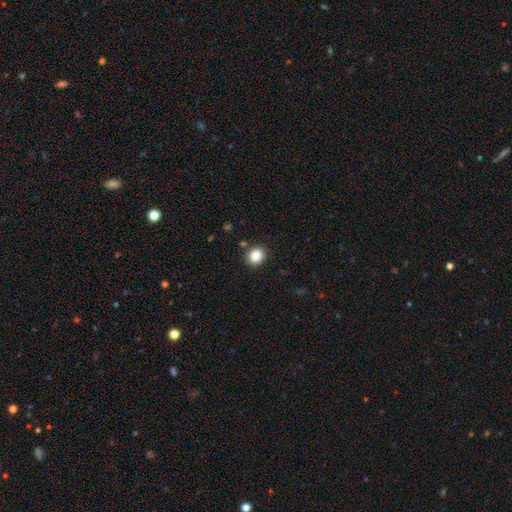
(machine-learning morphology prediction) Smooth or featured? smooth (85%)
How rounded? round (69%)
Merging? none (88%)